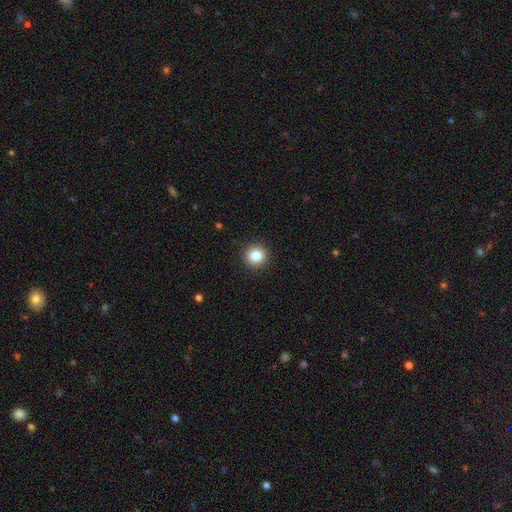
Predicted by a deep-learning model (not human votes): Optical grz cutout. It shows a smooth galaxy with no disk features (84%) that is round (94%). Merging: none (93%).